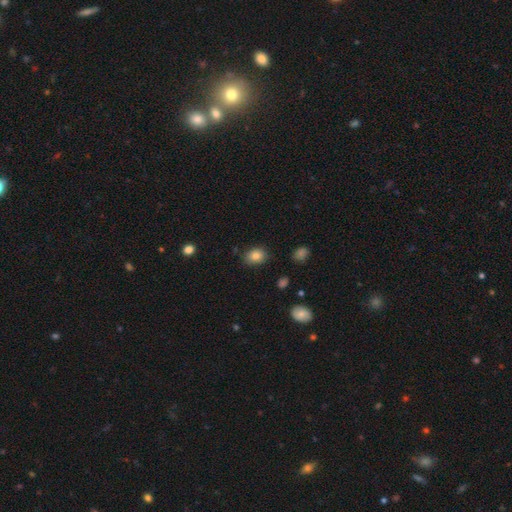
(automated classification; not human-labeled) The model was most divided on "how rounded": in between: 61%, round: 38%, cigar-shaped: 1%. More confident: smooth or featured — smooth (84%); merging — none (83%).